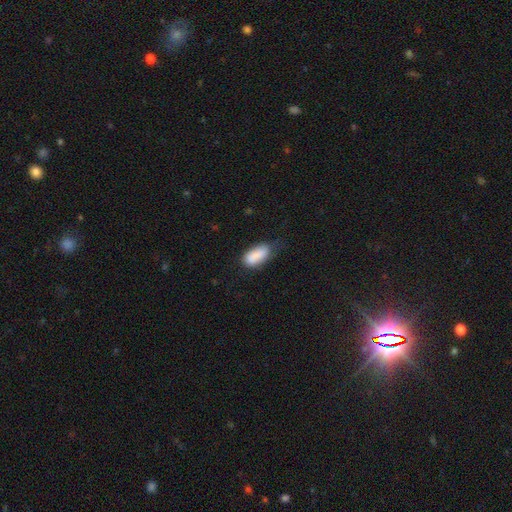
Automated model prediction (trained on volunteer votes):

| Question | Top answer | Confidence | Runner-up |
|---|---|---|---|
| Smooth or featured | smooth | 86% | featured or disk (7%) |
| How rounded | in between | 89% | cigar-shaped (9%) |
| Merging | none | 52% | minor disturbance (35%) |